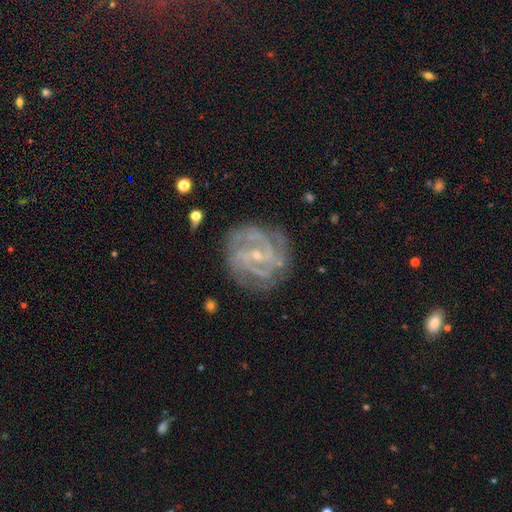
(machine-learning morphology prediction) Smooth or featured: featured or disk — 87% (star or artifact — 7%)
Edge-on disk: no — 97% (yes — 3%)
Bar: weak — 45% (no — 34%)
Spiral arms: yes — 96% (no — 4%)
Spiral winding: tight — 59% (medium — 35%)
Spiral arm count: 2 — 27% (3 — 26%)
Bulge size: small — 78% (moderate — 17%)
Merging: none — 77% (minor disturbance — 15%)